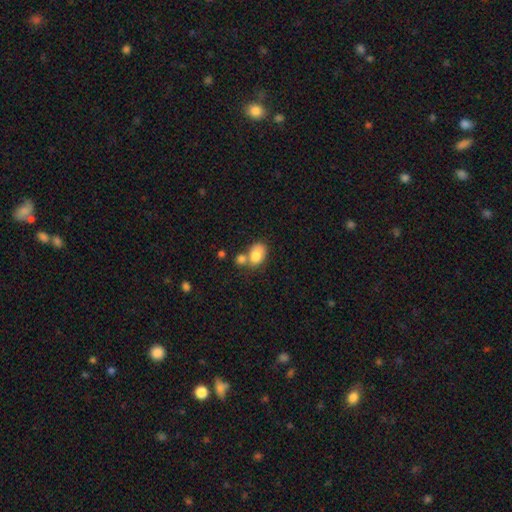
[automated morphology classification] type=smooth (79%); roundness=in between (70%); merging=merger (45%).